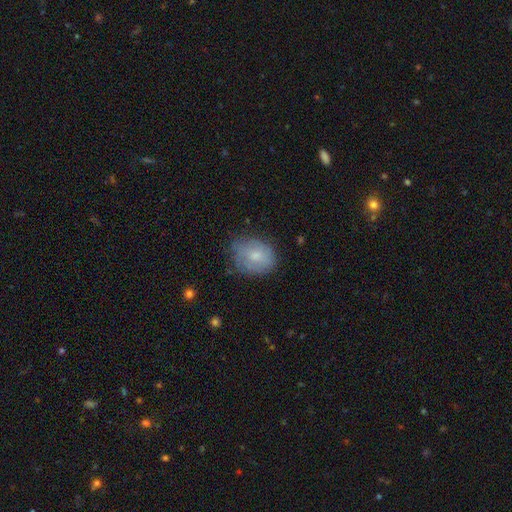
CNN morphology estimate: This is likely a smooth galaxy (66%). How rounded: possibly in between (52%). Merging: likely none (66%).